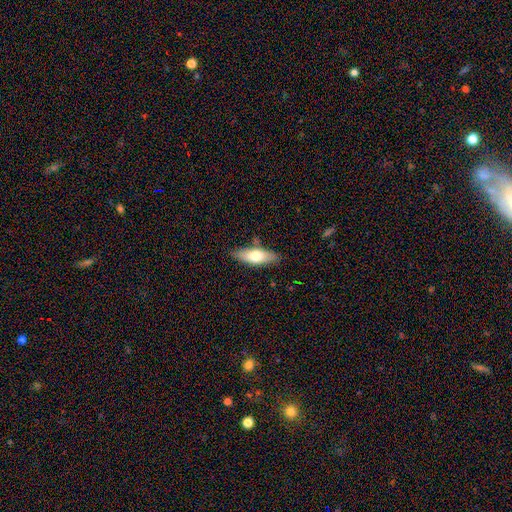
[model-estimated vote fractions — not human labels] Smooth or featured?
  - smooth: 65% *
  - featured or disk: 29%
  - star or artifact: 6%
How rounded?
  - in between: 64% *
  - cigar-shaped: 33%
  - round: 2%
Merging?
  - none: 81% *
  - minor disturbance: 14%
  - major disturbance: 3%
  - merger: 3%